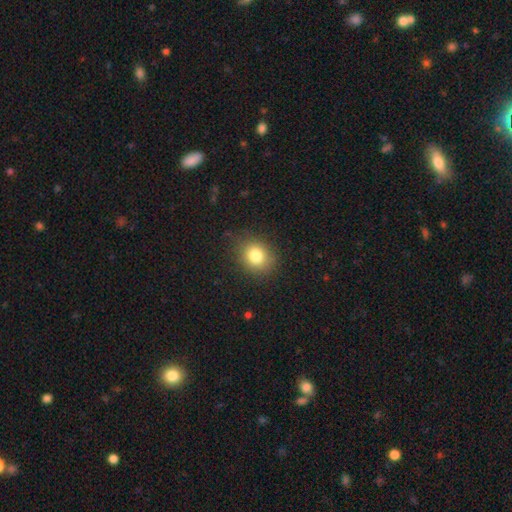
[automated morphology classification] Smooth or featured: smooth — 80% (star or artifact — 12%)
How rounded: round — 68% (in between — 32%)
Merging: none — 84% (minor disturbance — 11%)